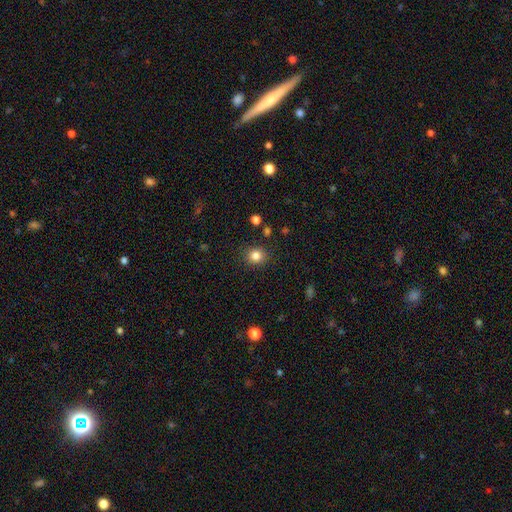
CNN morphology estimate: type=smooth (83%); roundness=round (82%); merging=none (89%).